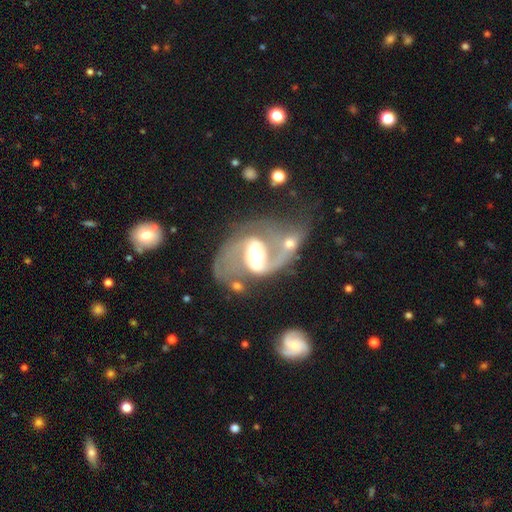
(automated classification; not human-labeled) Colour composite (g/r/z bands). It shows a featured or disk galaxy (86%) with a strong bar (45%), 2 (86%) medium (49%) spiral arms (92%) and a moderate central bulge (57%). Merging: merger (52%).